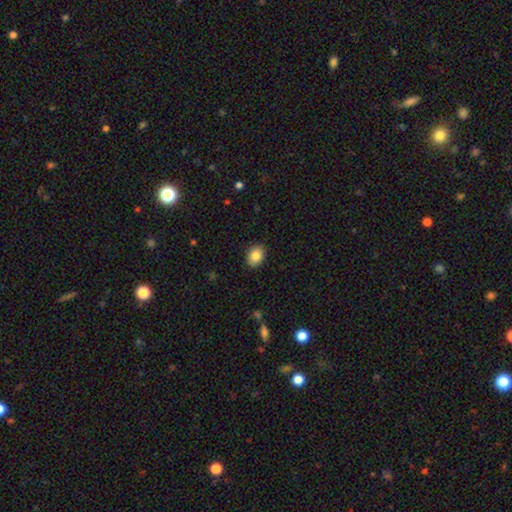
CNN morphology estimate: A smooth galaxy with no disk features (84%) that is in between round and cigar-shaped (68%). Merging: none (90%).